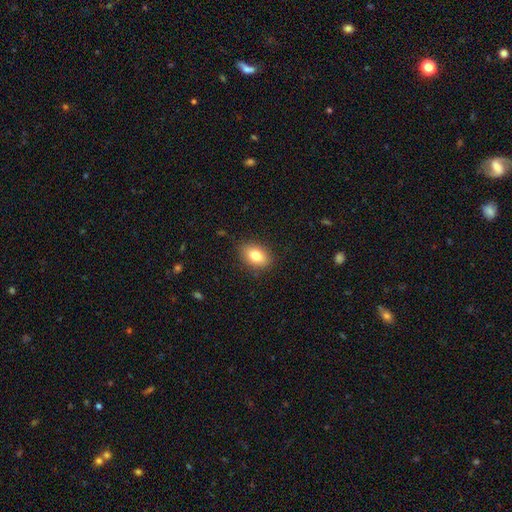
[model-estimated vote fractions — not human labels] A smooth galaxy with no disk features (80%) that is in between round and cigar-shaped (81%). Merging: none (86%).